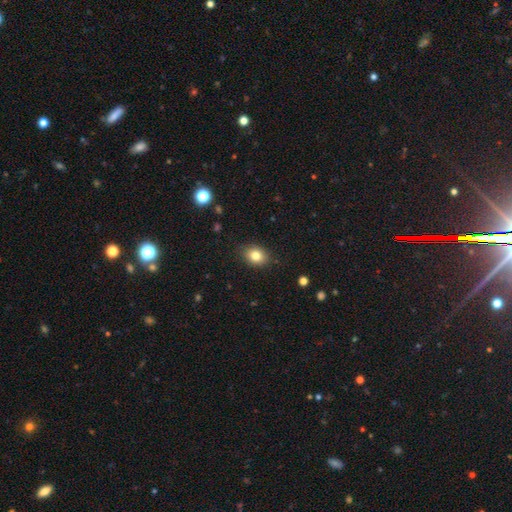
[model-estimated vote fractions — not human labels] Smooth or featured?
  - smooth: 82% *
  - star or artifact: 10%
  - featured or disk: 8%
How rounded?
  - in between: 53% *
  - round: 46%
  - cigar-shaped: 1%
Merging?
  - none: 86% *
  - minor disturbance: 11%
  - major disturbance: 2%
  - merger: 1%